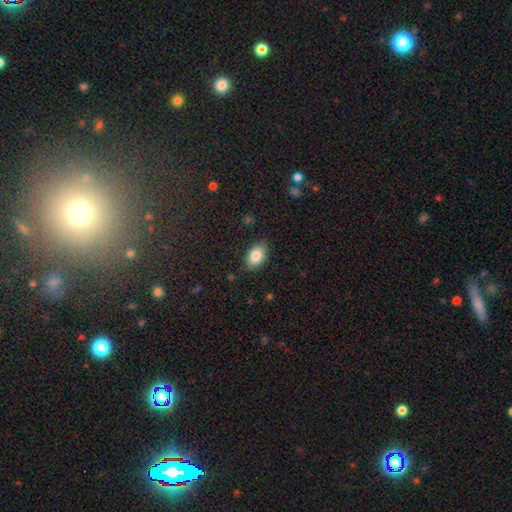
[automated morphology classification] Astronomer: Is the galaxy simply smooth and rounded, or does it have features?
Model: smooth — 86%.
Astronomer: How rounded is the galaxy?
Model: in between — 91%.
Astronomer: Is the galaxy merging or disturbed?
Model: none — 83%.